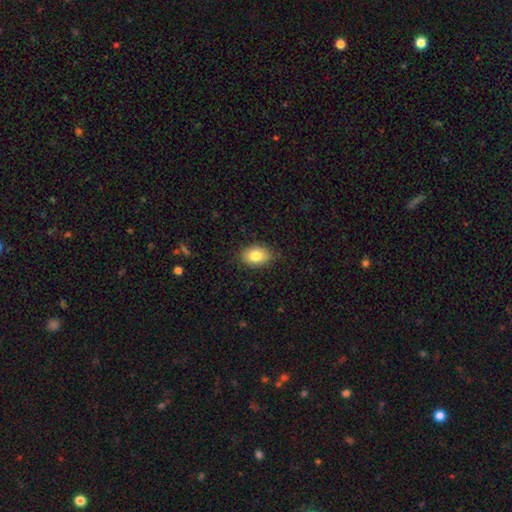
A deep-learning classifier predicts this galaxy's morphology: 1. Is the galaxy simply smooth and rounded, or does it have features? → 81% smooth, 10% featured or disk, 8% star or artifact.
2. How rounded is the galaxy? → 76% in between, 23% round, 1% cigar-shaped.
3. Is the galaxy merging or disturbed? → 82% none, 14% minor disturbance, 3% major disturbance, 1% merger.